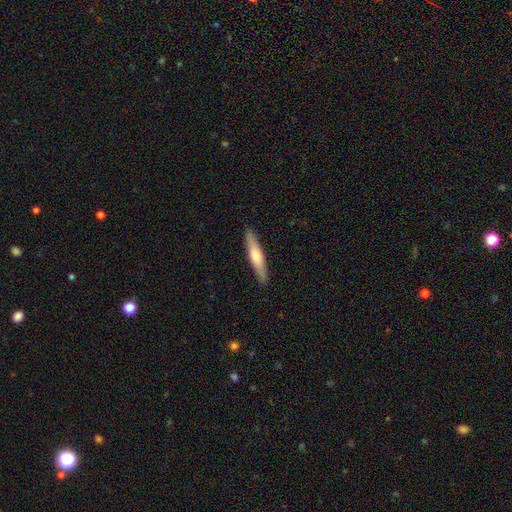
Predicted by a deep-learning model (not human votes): A smooth galaxy with no disk features (50%) that is cigar-shaped (91%).

Vote fractions:
- Smooth or featured? smooth: 50% / featured or disk: 44% / star or artifact: 5%
- How rounded? cigar-shaped: 91% / in between: 8% / round: 1%
- Merging? none: 91% / minor disturbance: 7% / major disturbance: 1% / merger: 1%